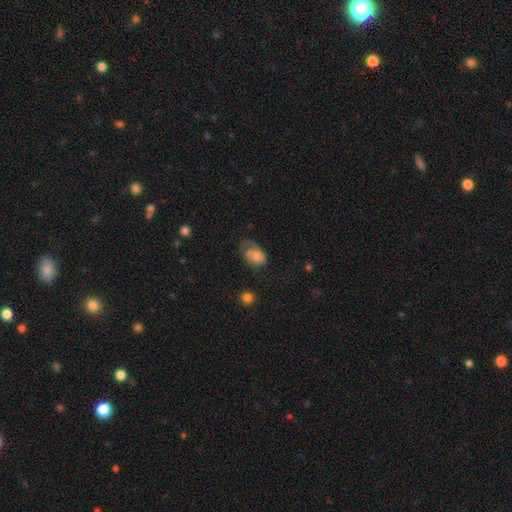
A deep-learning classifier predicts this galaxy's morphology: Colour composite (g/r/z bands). It shows a smooth galaxy with no disk features (64%) that is in between round and cigar-shaped (79%). Merging: major disturbance (37%).